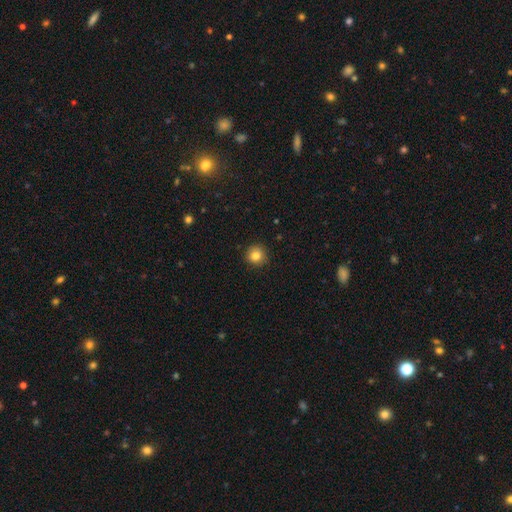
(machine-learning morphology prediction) The model was most divided on "smooth or featured": smooth: 83%, star or artifact: 11%, featured or disk: 6%. More confident: how rounded — round (93%); merging — none (89%).